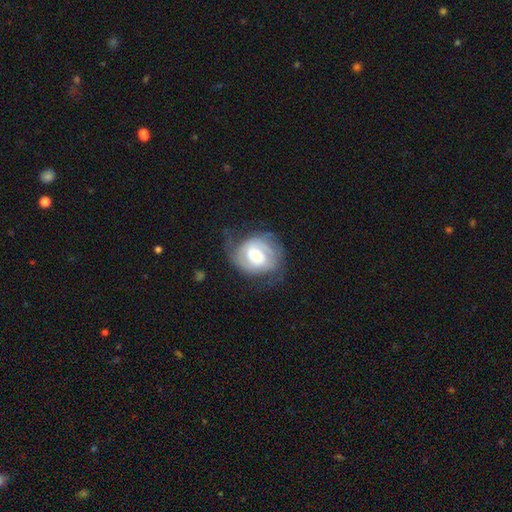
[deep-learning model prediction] featured or disk 74%, smooth 20%, star or artifact 6%. Down the decision tree: edge-on disk — no (97%); bar — no (51%); spiral arms — yes (89%); spiral arm count — 2 (65%); spiral winding — tight (50%); bulge size — moderate (46%); merging — none (59%).